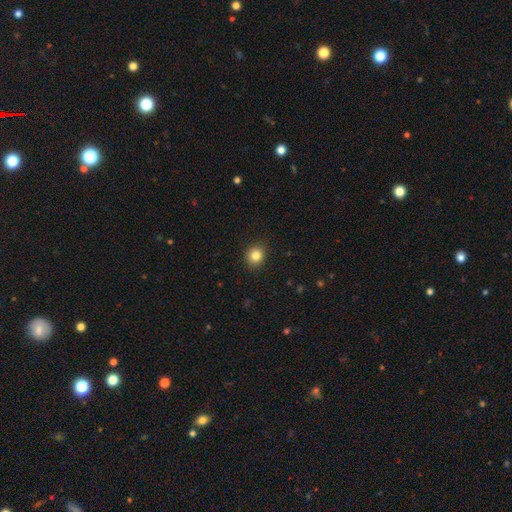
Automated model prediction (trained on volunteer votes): A smooth galaxy with no disk features (83%) that is round (84%). Merging: none (90%).